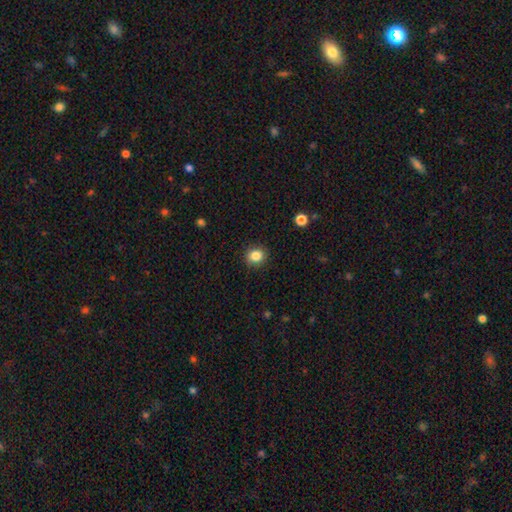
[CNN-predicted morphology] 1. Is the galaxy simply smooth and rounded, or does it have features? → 85% smooth, 10% star or artifact, 5% featured or disk.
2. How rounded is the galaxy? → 81% round, 18% in between, 1% cigar-shaped.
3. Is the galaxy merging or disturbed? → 89% none, 8% minor disturbance, 2% major disturbance, 1% merger.